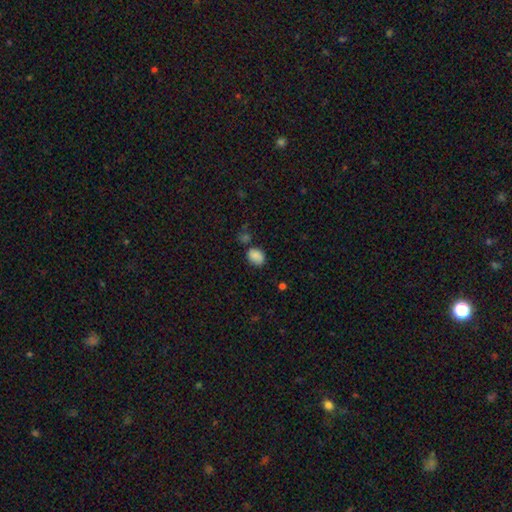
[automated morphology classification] smooth_or_featured: smooth (p=0.83) [alt: star or artifact p=0.10]
how_rounded: in between (p=0.65) [alt: round p=0.34]
merging: none (p=0.63) [alt: minor disturbance p=0.21]